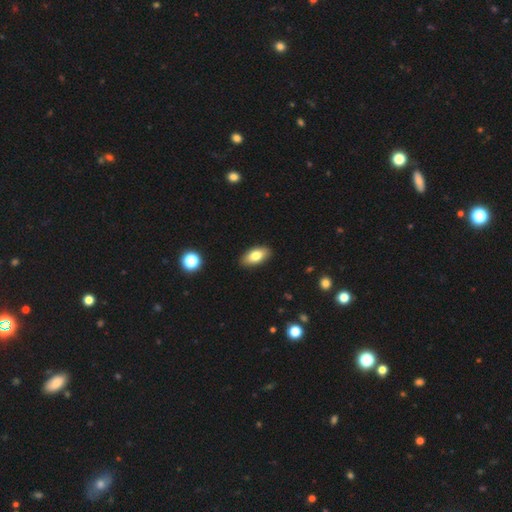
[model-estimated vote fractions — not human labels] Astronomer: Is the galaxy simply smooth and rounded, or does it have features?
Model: smooth — 79%.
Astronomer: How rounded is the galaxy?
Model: in between — 91%.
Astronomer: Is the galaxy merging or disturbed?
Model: none — 89%.